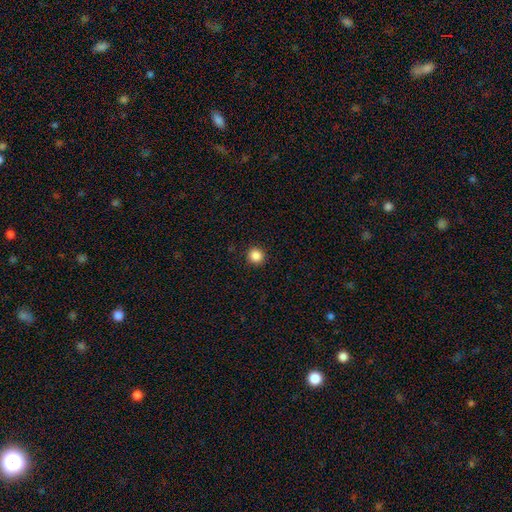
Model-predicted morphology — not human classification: smooth-or-featured: smooth: 86% | star or artifact: 11% | featured or disk: 3%
  how-rounded: round: 95% | in between: 4% | cigar-shaped: 1%
  merging: none: 93% | minor disturbance: 5% | major disturbance: 2% | merger: 1%